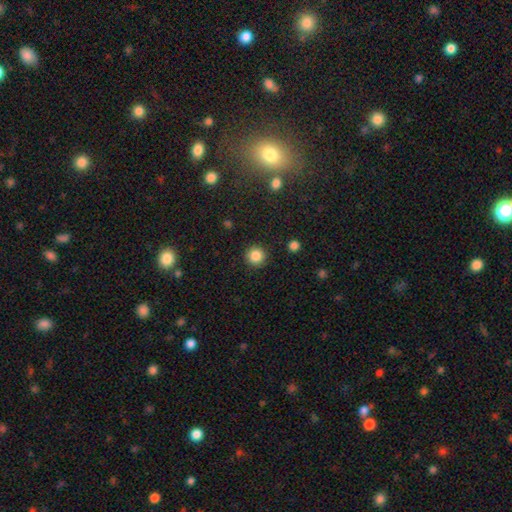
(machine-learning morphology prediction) Q: Smooth or featured?
A: smooth (85%); runner-up: star or artifact (10%)
Q: How rounded?
A: round (95%); runner-up: in between (4%)
Q: Merging?
A: none (91%); runner-up: minor disturbance (5%)